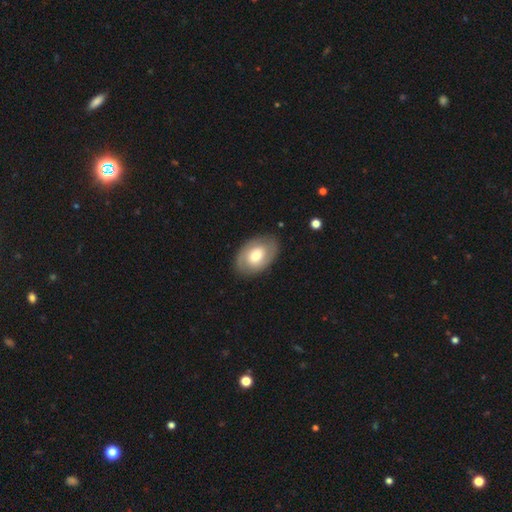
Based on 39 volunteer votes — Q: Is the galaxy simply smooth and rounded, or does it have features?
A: smooth — 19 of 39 (49%).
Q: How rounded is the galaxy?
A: in between — 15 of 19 (79%).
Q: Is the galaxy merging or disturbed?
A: none — 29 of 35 (83%).